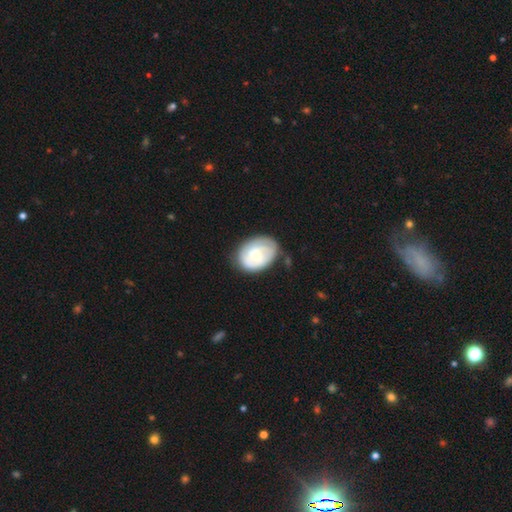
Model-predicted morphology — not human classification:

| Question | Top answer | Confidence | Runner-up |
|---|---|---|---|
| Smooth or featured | featured or disk | 57% | smooth (38%) |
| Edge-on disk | no | 97% | yes (3%) |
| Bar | no | 69% | weak (27%) |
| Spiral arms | yes | 75% | no (25%) |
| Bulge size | moderate | 58% | small (33%) |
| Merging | none | 64% | minor disturbance (25%) |